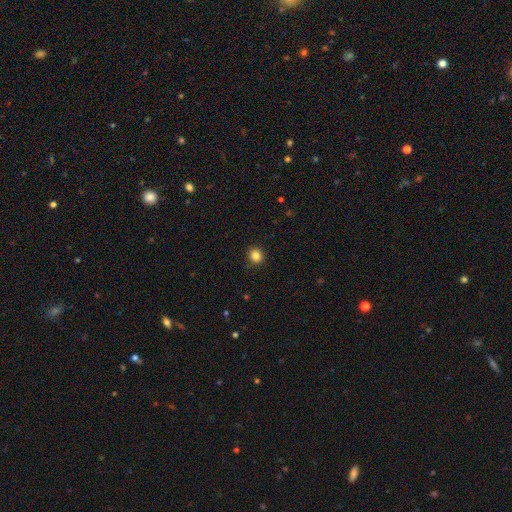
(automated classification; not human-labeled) A smooth galaxy with no disk features (85%) that is round (82%).

Vote fractions:
- Smooth or featured? smooth: 85% / star or artifact: 11% / featured or disk: 4%
- How rounded? round: 82% / in between: 17% / cigar-shaped: 1%
- Merging? none: 88% / minor disturbance: 8% / major disturbance: 2% / merger: 1%